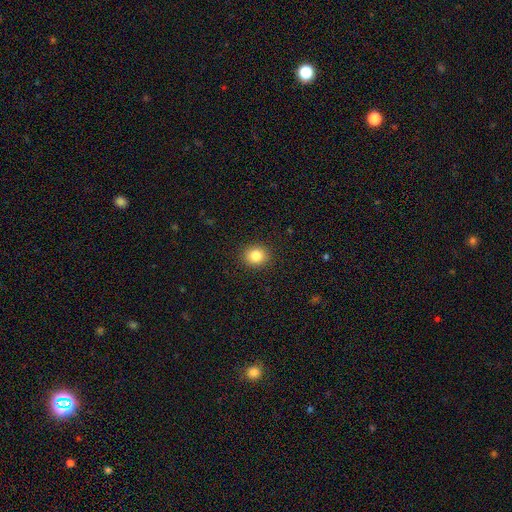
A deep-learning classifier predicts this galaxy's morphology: Smooth or featured?
  - smooth: 83% *
  - star or artifact: 10%
  - featured or disk: 6%
How rounded?
  - round: 75% *
  - in between: 24%
  - cigar-shaped: 1%
Merging?
  - none: 91% *
  - minor disturbance: 6%
  - major disturbance: 2%
  - merger: 1%